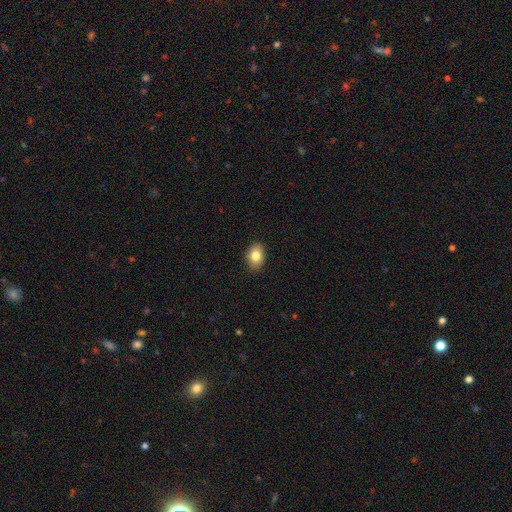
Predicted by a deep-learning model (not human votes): smooth_or_featured: smooth (p=0.82) [alt: featured or disk p=0.09]
how_rounded: in between (p=0.77) [alt: round p=0.22]
merging: none (p=0.88) [alt: minor disturbance p=0.09]